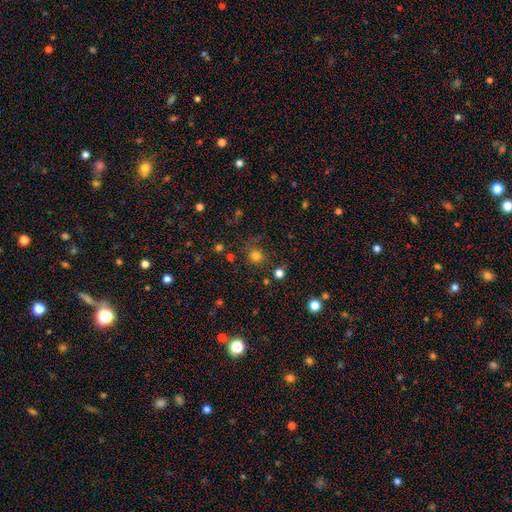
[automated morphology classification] smooth 78%, star or artifact 16%, featured or disk 6%. Down the decision tree: how rounded — round (87%); merging — none (74%).